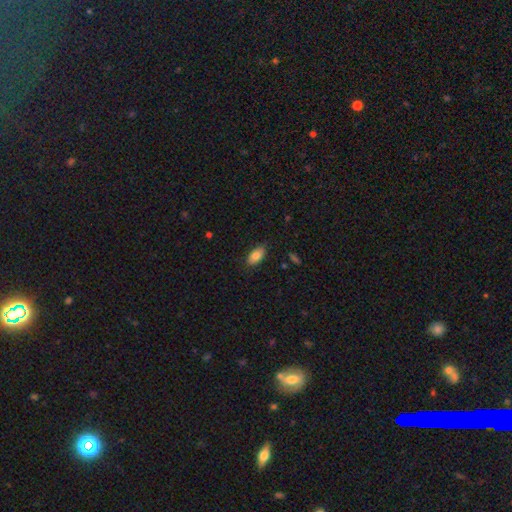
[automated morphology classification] This appears to be a smooth galaxy with no disk features (82%) that is in between round and cigar-shaped (92%). Merging: none (84%).